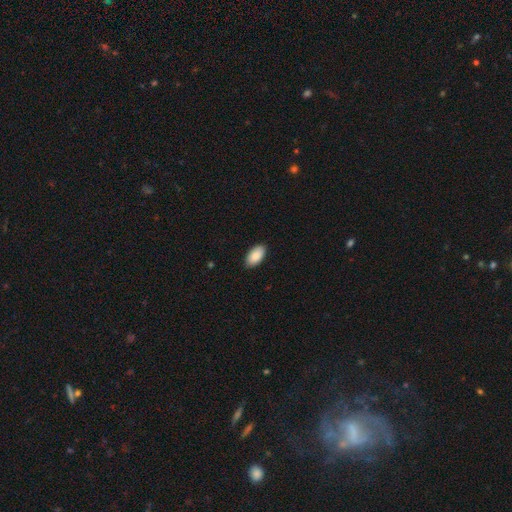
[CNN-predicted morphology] type=smooth (89%); roundness=in between (96%); merging=none (88%).